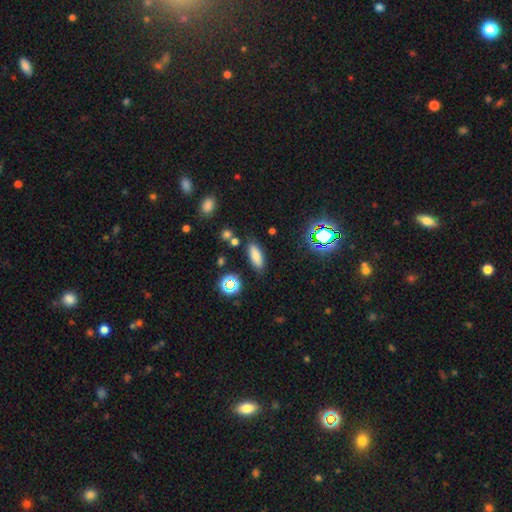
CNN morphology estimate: Smooth or featured? Predicted: smooth (p=0.78). How rounded? Predicted: in between (p=0.70). Merging? Predicted: none (p=0.82).